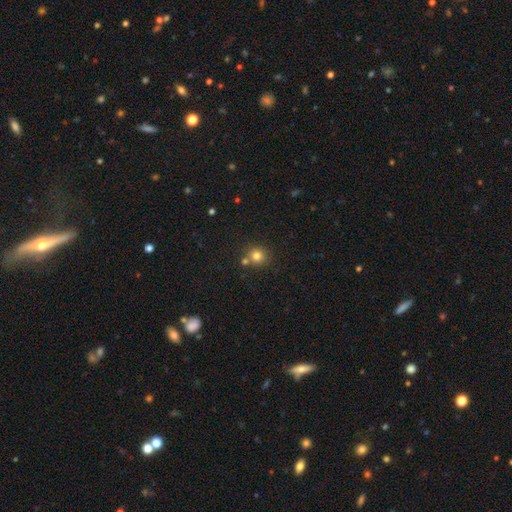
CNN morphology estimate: Smooth or featured? Predicted: smooth (p=0.79). How rounded? Predicted: round (p=0.90). Merging? Predicted: none (p=0.69).